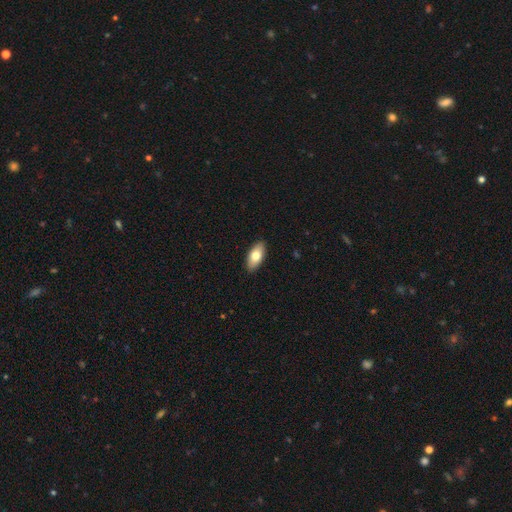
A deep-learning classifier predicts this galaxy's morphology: Overall: smooth (76%). How rounded: in between (91%). Merging: none (90%).